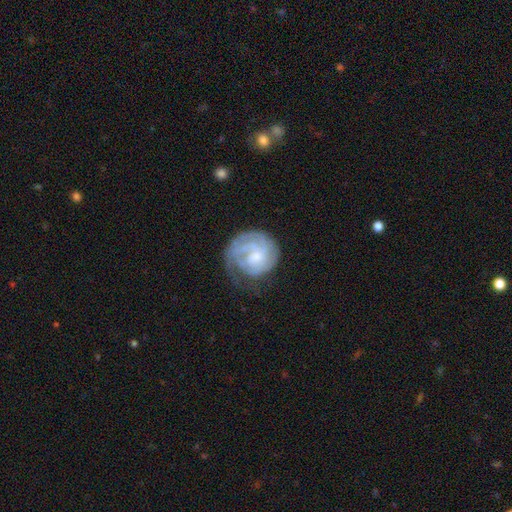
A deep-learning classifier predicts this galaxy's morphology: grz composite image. It shows a featured or disk galaxy (73%) with no bar (68%), tight (65%) spiral arms (91%) and a small central bulge (57%). Merging: none (57%).